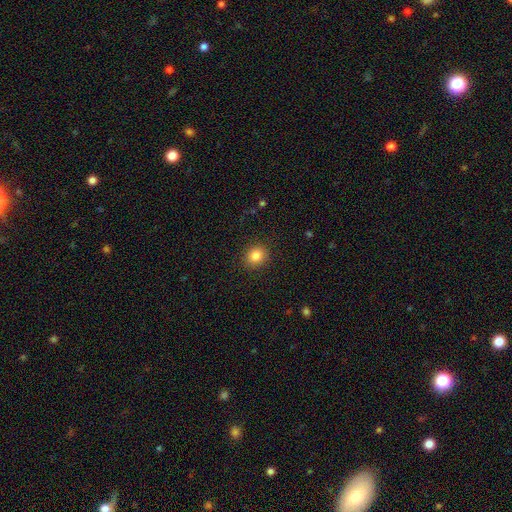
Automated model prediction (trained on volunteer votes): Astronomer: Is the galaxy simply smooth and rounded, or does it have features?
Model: smooth — 84%.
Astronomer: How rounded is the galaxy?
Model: round — 76%.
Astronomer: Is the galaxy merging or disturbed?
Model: none — 89%.